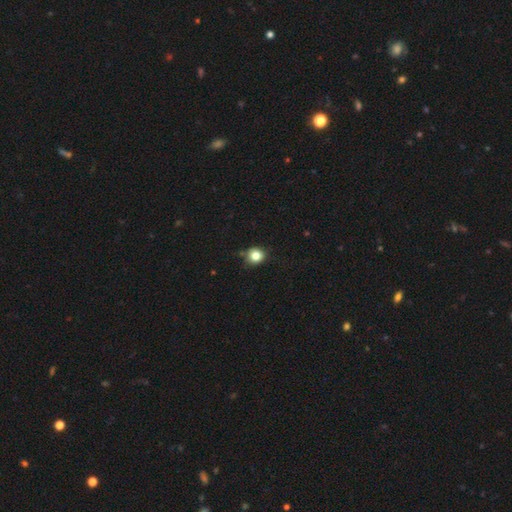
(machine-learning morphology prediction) smooth-or-featured: smooth: 82% | star or artifact: 11% | featured or disk: 6%
  how-rounded: round: 86% | in between: 13% | cigar-shaped: 1%
  merging: none: 76% | minor disturbance: 17% | major disturbance: 3% | merger: 3%